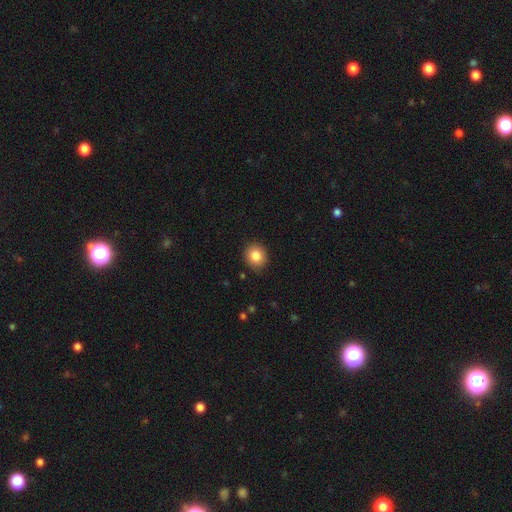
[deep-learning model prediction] Overall: smooth (85%). How rounded: round (75%). Merging: none (87%).